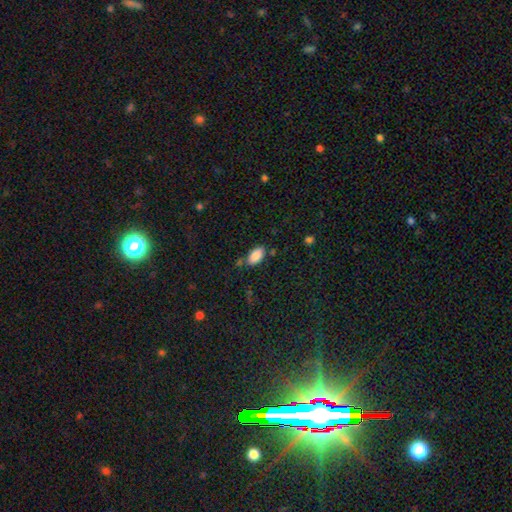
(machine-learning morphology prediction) Smooth or featured? Predicted: smooth (p=0.87). How rounded? Predicted: in between (p=0.94). Merging? Predicted: none (p=0.72).